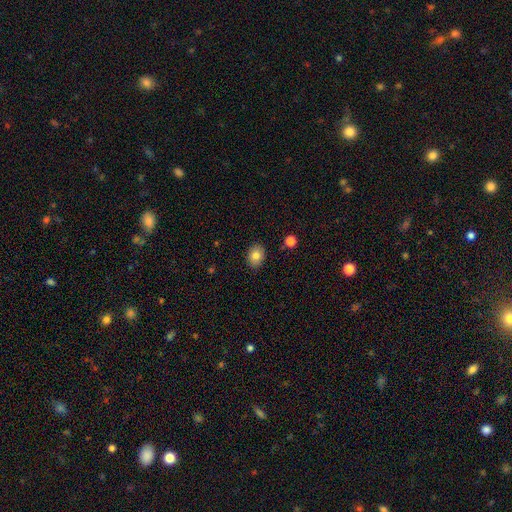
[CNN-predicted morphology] This appears to be a smooth galaxy with no disk features (82%) that is in between round and cigar-shaped (65%). Merging: none (88%).